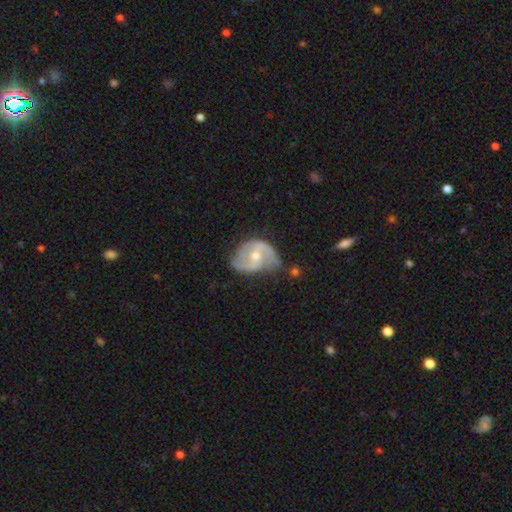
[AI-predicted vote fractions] Smooth or featured? Predicted: featured or disk (p=0.74). Edge-on disk? Predicted: no (p=0.97). Bar? Predicted: no (p=0.53). Spiral arms? Predicted: yes (p=0.84). Spiral winding? Predicted: medium (p=0.43). Spiral arm count? Predicted: 2 (p=0.74). Bulge size? Predicted: moderate (p=0.66). Merging? Predicted: none (p=0.45).